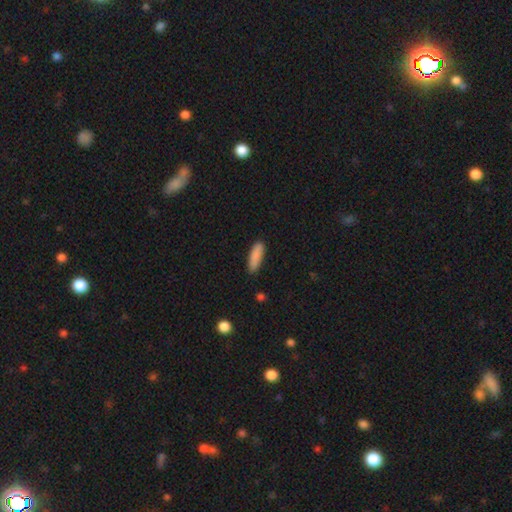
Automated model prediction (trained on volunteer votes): smooth-or-featured: smooth: 88% | star or artifact: 6% | featured or disk: 6%
  how-rounded: cigar-shaped: 55% | in between: 43% | round: 2%
  merging: none: 84% | minor disturbance: 12% | major disturbance: 2% | merger: 2%